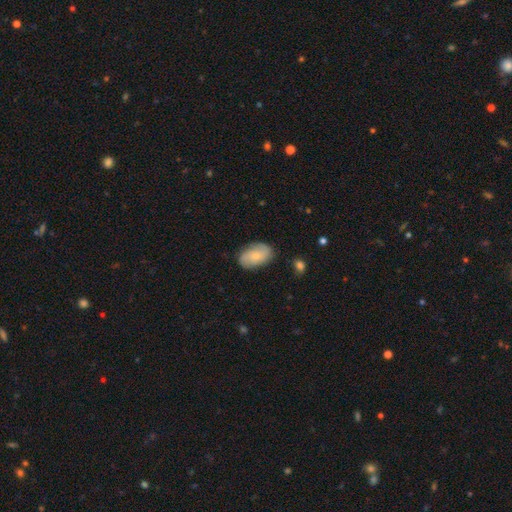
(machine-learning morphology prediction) This appears to be a smooth galaxy with no disk features (56%) that is in between round and cigar-shaped (90%). Merging: none (79%).